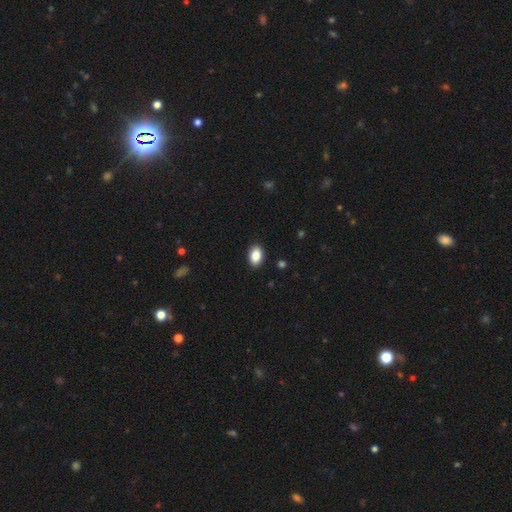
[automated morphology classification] Smooth or featured?
  - smooth: 86% *
  - star or artifact: 8%
  - featured or disk: 6%
How rounded?
  - in between: 87% *
  - round: 12%
  - cigar-shaped: 1%
Merging?
  - none: 90% *
  - minor disturbance: 7%
  - major disturbance: 2%
  - merger: 1%